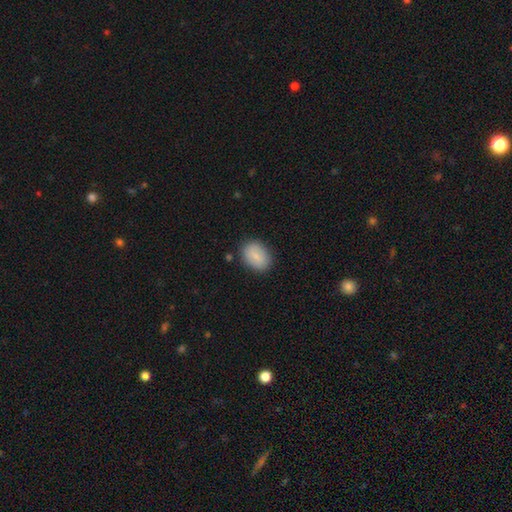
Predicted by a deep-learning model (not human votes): Smooth or featured? Predicted: smooth (p=0.82). How rounded? Predicted: in between (p=0.75). Merging? Predicted: none (p=0.84).